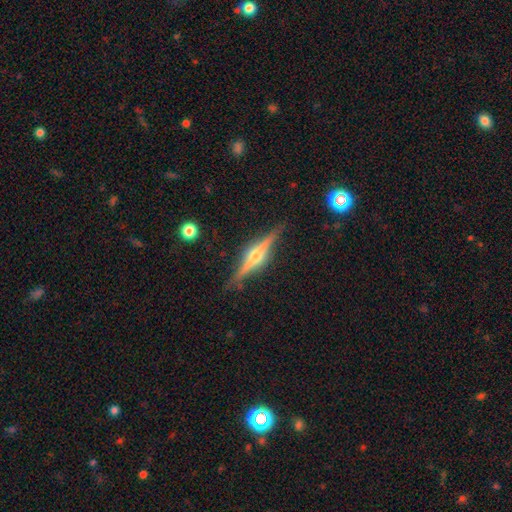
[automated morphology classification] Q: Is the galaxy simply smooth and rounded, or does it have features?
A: featured or disk — 83%.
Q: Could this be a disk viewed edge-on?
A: yes — 98%.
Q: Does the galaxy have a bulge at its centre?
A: rounded — 94%.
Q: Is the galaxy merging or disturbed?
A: none — 88%.